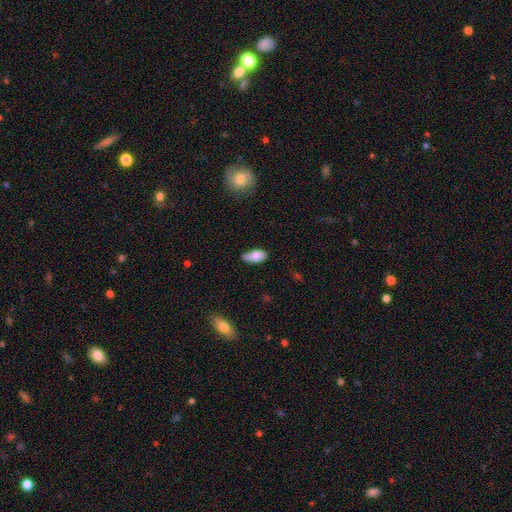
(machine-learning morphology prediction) Overall: smooth (80%). How rounded: in between (90%). Merging: none (48%; minor disturbance 37%).